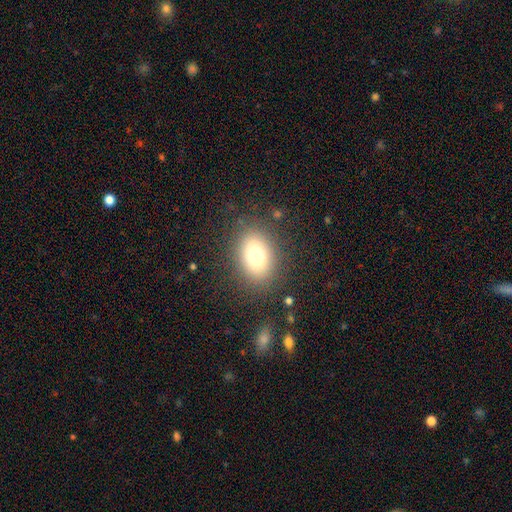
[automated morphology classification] Overall: smooth (75%). How rounded: in between (74%). Merging: none (84%).